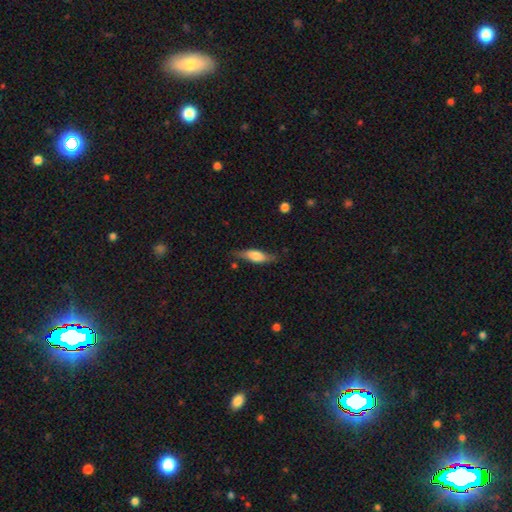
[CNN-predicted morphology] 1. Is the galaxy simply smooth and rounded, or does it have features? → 54% smooth, 40% featured or disk, 6% star or artifact.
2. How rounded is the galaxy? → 49% in between, 48% cigar-shaped, 3% round.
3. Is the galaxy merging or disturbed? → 71% none, 21% minor disturbance, 5% major disturbance, 2% merger.